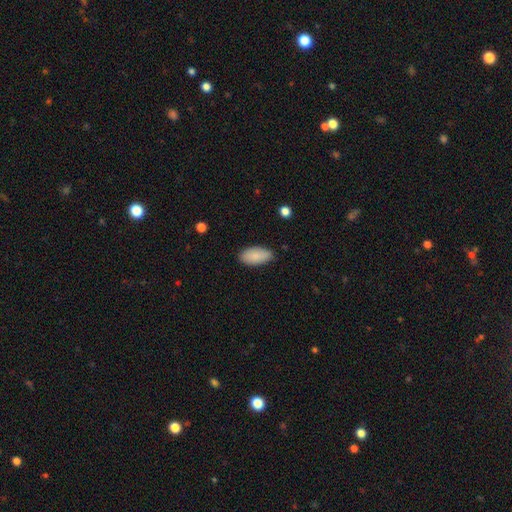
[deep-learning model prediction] The model was most divided on "merging": none: 84%, minor disturbance: 13%, major disturbance: 2%, merger: 1%. More confident: how rounded — in between (93%); smooth or featured — smooth (87%).